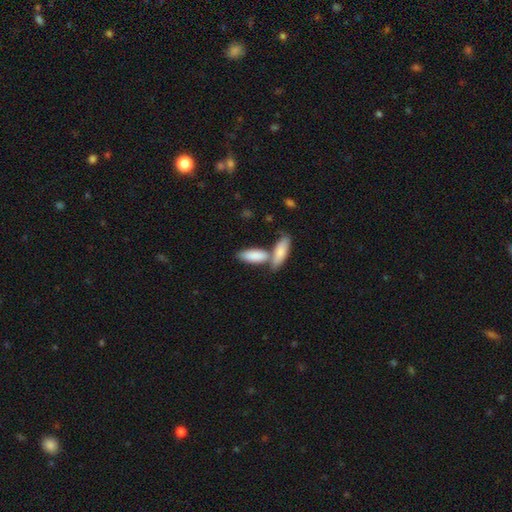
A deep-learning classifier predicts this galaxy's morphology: Smooth or featured: smooth — 85% (featured or disk — 10%)
How rounded: in between — 76% (cigar-shaped — 22%)
Merging: merger — 47% (none — 40%)